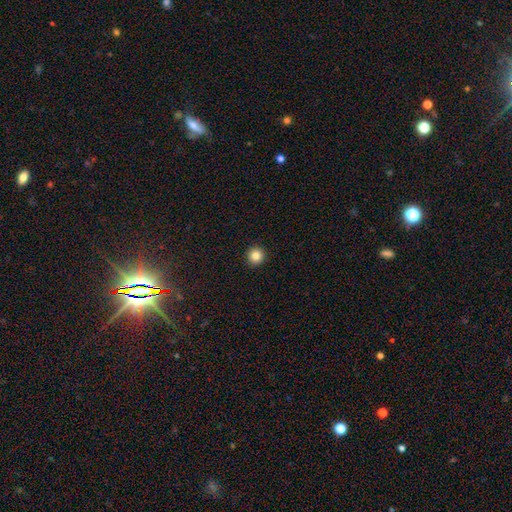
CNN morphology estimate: type=smooth (84%); roundness=round (95%); merging=none (94%).